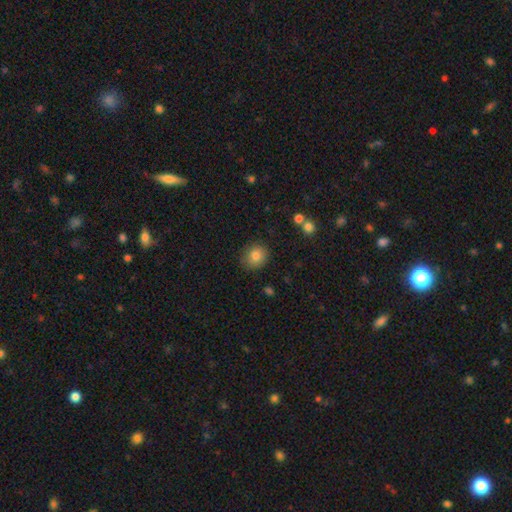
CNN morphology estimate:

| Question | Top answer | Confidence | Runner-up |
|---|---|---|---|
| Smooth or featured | smooth | 83% | star or artifact (10%) |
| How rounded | round | 75% | in between (24%) |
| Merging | none | 84% | minor disturbance (11%) |